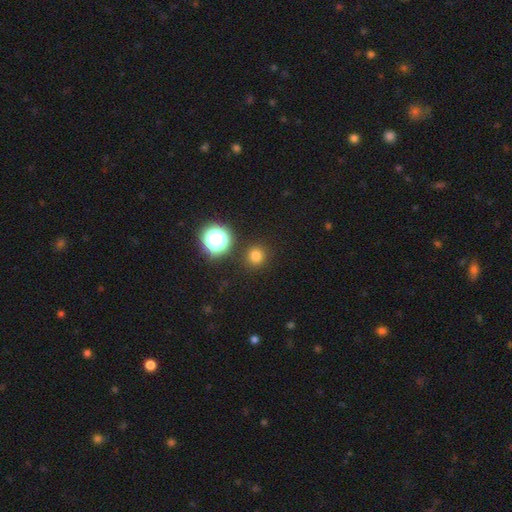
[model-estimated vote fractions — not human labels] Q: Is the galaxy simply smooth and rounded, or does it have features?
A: smooth — 76%.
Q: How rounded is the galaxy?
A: round — 92%.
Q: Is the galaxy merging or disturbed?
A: none — 89%.